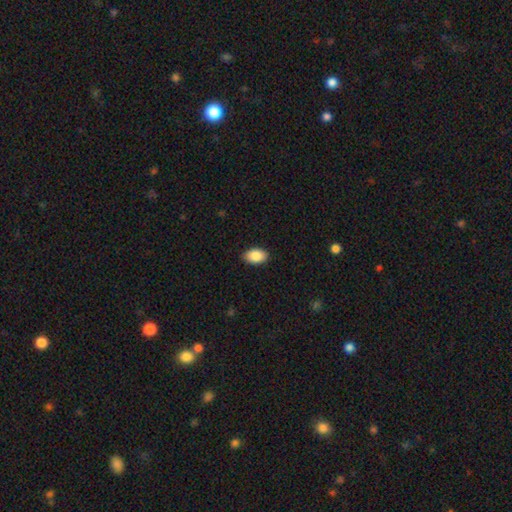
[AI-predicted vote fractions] This is clearly a smooth galaxy (88%). How rounded: clearly in between (92%). Merging: clearly none (89%).